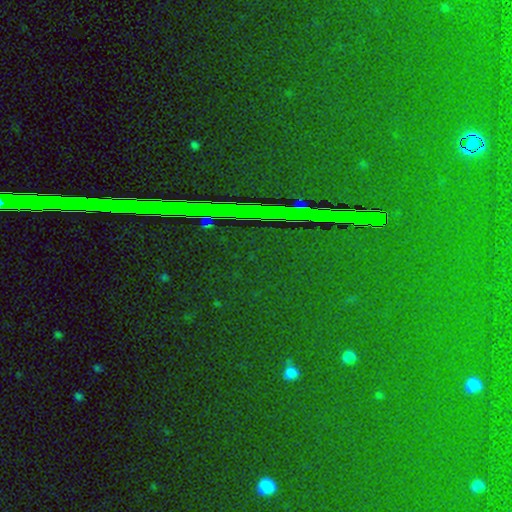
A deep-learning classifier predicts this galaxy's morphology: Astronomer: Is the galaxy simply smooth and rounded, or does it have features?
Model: star or artifact — 86%.